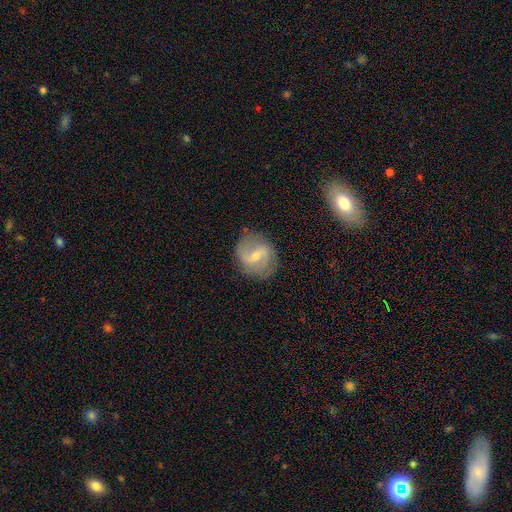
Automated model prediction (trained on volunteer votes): featured or disk 74%, smooth 19%, star or artifact 7%. Down the decision tree: edge-on disk — no (97%); bar — weak (55%); spiral arms — yes (89%); spiral arm count — 2 (86%); spiral winding — medium (43%); bulge size — small (52%); merging — none (77%).